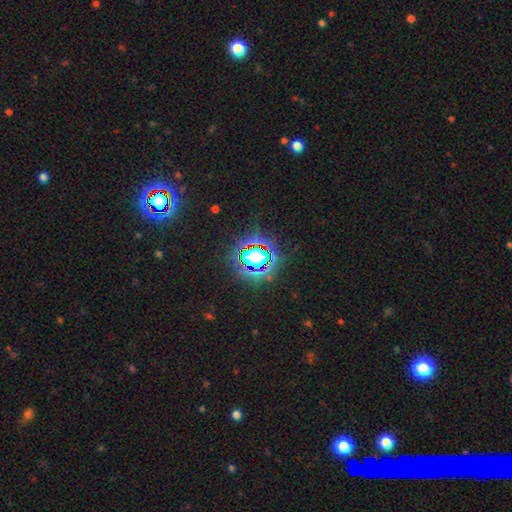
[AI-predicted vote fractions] This appears to be a star or artifact, not a galaxy (78%).